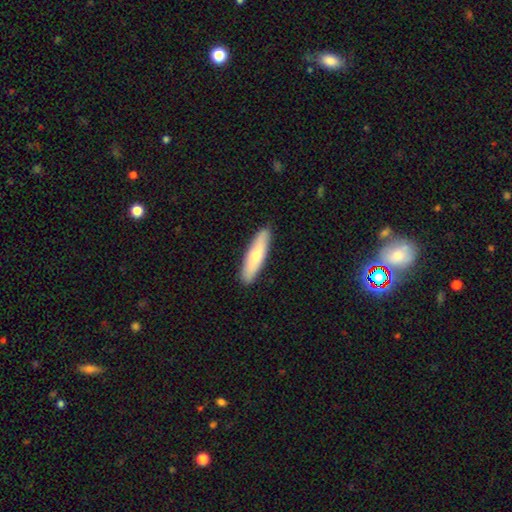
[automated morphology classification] Smooth or featured? smooth (67%)
How rounded? cigar-shaped (72%)
Merging? none (90%)